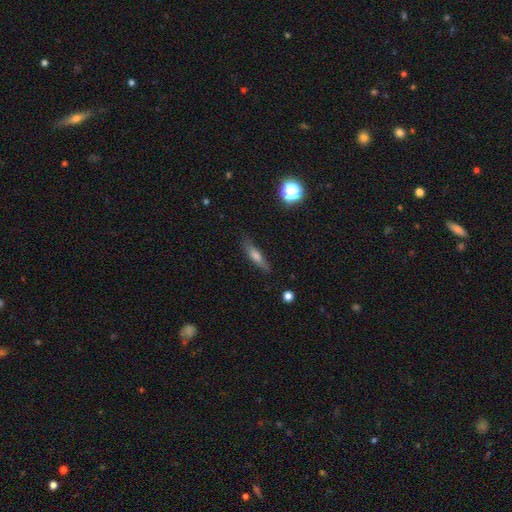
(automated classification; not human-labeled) The model was most divided on "smooth or featured": smooth: 54%, featured or disk: 36%, star or artifact: 10%. More confident: merging — none (81%); how rounded — cigar-shaped (77%).